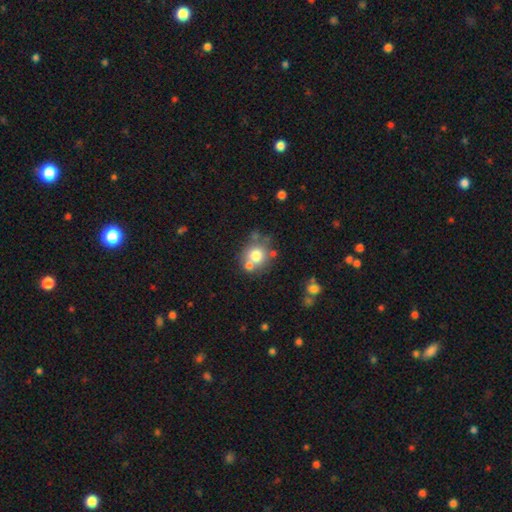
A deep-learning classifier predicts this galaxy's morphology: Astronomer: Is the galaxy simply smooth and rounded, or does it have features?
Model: smooth — 71%.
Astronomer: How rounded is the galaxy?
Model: round — 83%.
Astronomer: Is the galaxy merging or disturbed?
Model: none — 58%.